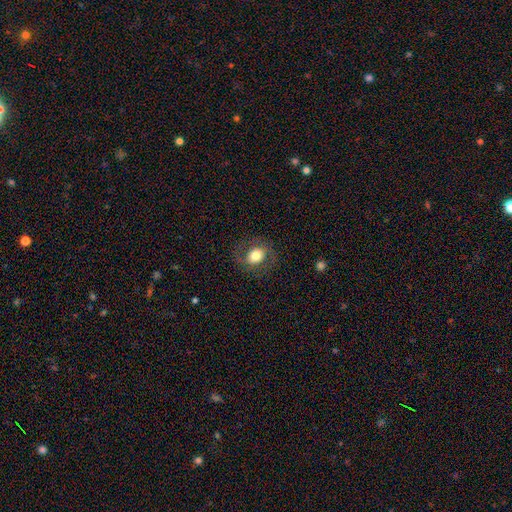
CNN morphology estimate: Smooth or featured? Predicted: smooth (p=0.60). How rounded? Predicted: round (p=0.51). Merging? Predicted: none (p=0.78).